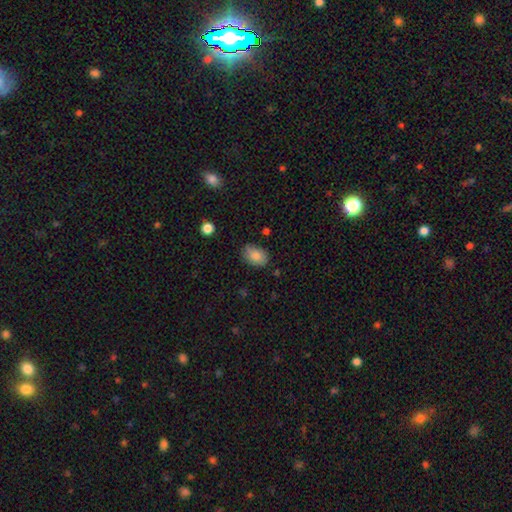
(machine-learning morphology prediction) Q: Smooth or featured?
A: smooth (85%); runner-up: star or artifact (8%)
Q: How rounded?
A: in between (84%); runner-up: round (14%)
Q: Merging?
A: none (73%); runner-up: minor disturbance (21%)